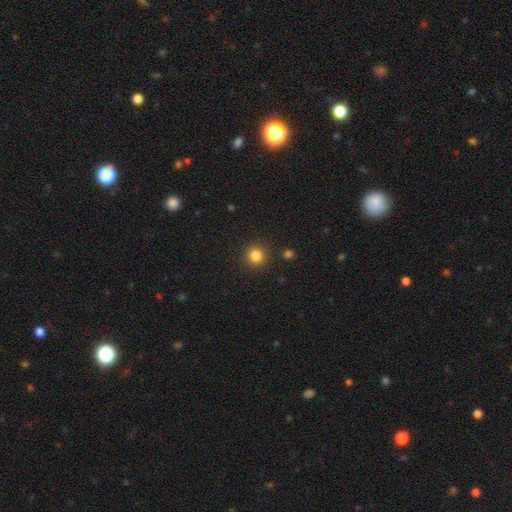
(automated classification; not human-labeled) smooth-or-featured: smooth: 84% | star or artifact: 12% | featured or disk: 4%
  how-rounded: round: 93% | in between: 6% | cigar-shaped: 1%
  merging: none: 90% | minor disturbance: 6% | major disturbance: 2% | merger: 2%